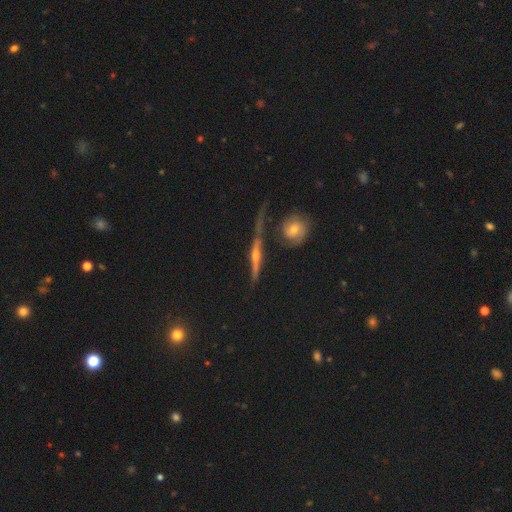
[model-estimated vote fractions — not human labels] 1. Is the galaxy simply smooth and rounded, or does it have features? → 74% featured or disk, 14% smooth, 11% star or artifact.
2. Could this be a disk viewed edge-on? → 89% yes, 11% no.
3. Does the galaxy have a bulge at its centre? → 80% rounded, 13% none, 7% boxy.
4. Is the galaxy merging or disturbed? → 68% none, 15% minor disturbance, 10% merger, 7% major disturbance.